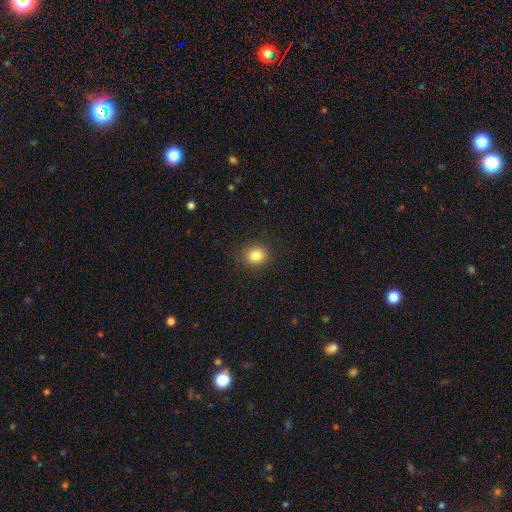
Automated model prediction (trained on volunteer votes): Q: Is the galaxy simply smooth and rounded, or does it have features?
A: smooth — 83%.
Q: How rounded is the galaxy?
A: round — 72%.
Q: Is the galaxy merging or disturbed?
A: none — 89%.